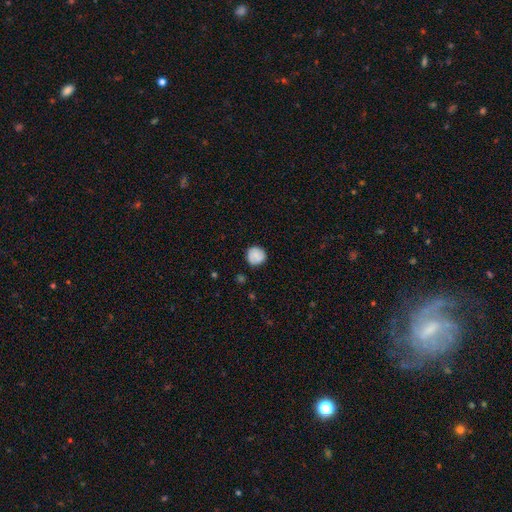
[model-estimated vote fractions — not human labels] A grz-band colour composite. It shows a smooth galaxy with no disk features (81%) that is round (92%). Merging: none (83%).